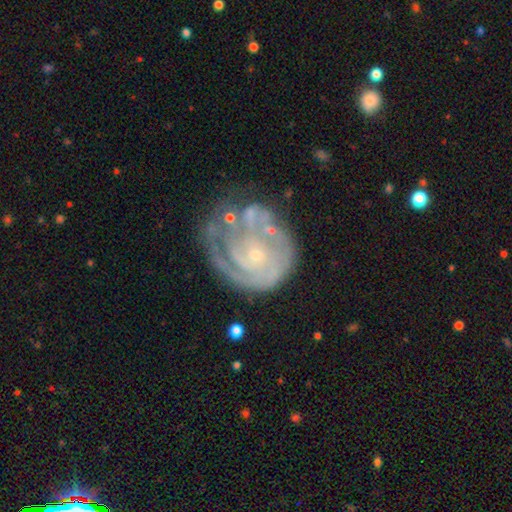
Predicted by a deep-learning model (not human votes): Smooth or featured? featured or disk (83%)
Edge-on disk? no (98%)
Bar? no (76%)
Spiral arms? yes (89%)
Spiral winding? tight (69%)
Spiral arm count? can't tell (35%)
Bulge size? small (77%)
Merging? none (49%)